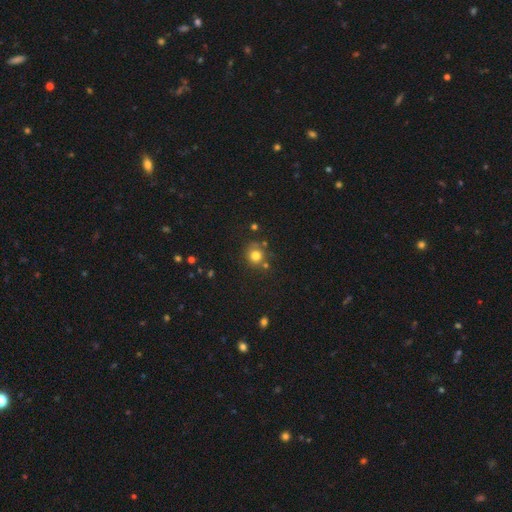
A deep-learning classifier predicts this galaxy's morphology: Q: Smooth or featured?
A: smooth (78%); runner-up: star or artifact (14%)
Q: How rounded?
A: round (87%); runner-up: in between (13%)
Q: Merging?
A: none (68%); runner-up: minor disturbance (15%)